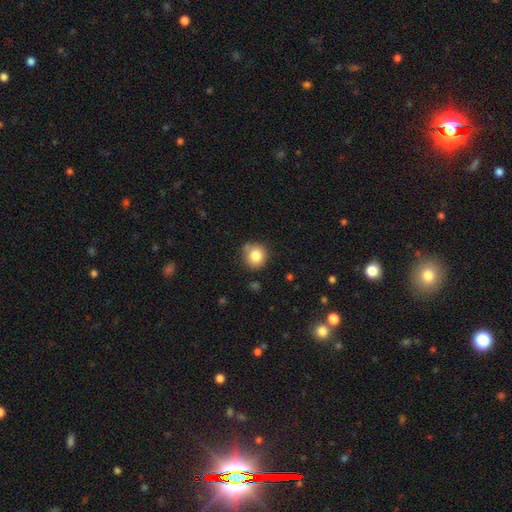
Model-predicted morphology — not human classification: This is clearly a smooth galaxy (82%). How rounded: clearly round (90%). Merging: likely none (79%).